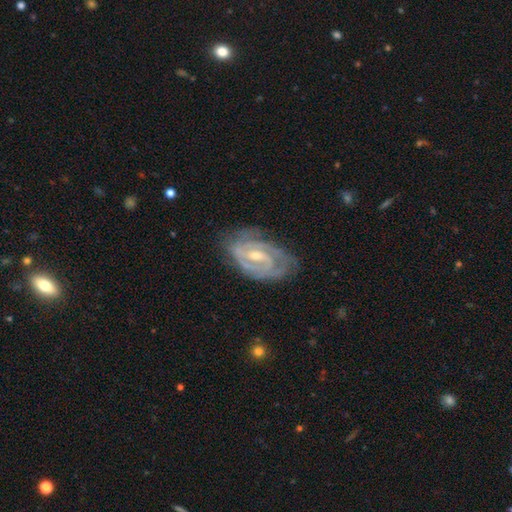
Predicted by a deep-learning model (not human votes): Smooth or featured?
  - featured or disk: 87% *
  - smooth: 7%
  - star or artifact: 5%
Edge-on disk?
  - no: 96% *
  - yes: 4%
Bar?
  - weak: 53% *
  - strong: 24%
  - no: 23%
Spiral arms?
  - yes: 96% *
  - no: 4%
Spiral winding?
  - tight: 60% *
  - medium: 34%
  - loose: 7%
Spiral arm count?
  - 2: 55% *
  - can't tell: 18%
  - 3: 17%
  - 4: 4%
  - 1: 4%
  - more than 4: 3%
Bulge size?
  - moderate: 48% * (tied)
  - small: 48% * (tied)
  - none: 2%
  - large: 2%
  - dominant: 1%
Merging?
  - none: 71% *
  - minor disturbance: 21%
  - major disturbance: 7%
  - merger: 1%